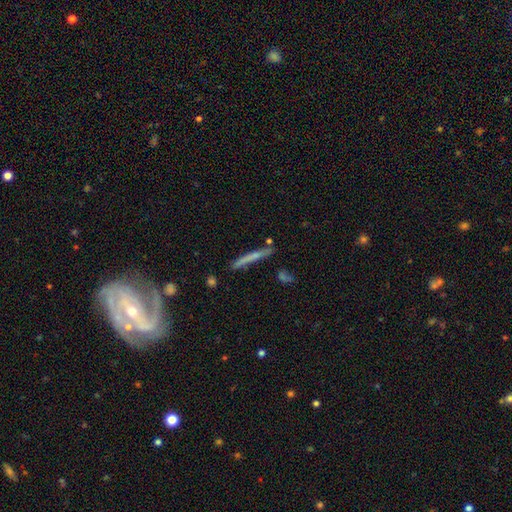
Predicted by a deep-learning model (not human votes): A featured or disk galaxy (50%). Merging: none (77%).